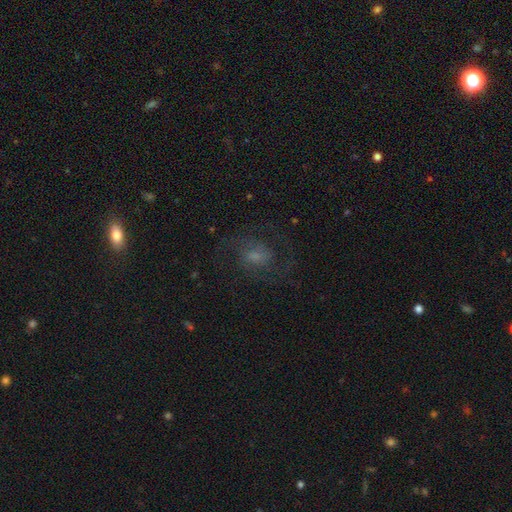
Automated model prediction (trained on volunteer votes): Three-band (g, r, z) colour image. It shows a featured or disk galaxy (66%) with no bar (48%), 2 (78%) medium (55%) spiral arms (91%) and a small central bulge (37%). Merging: none (68%).